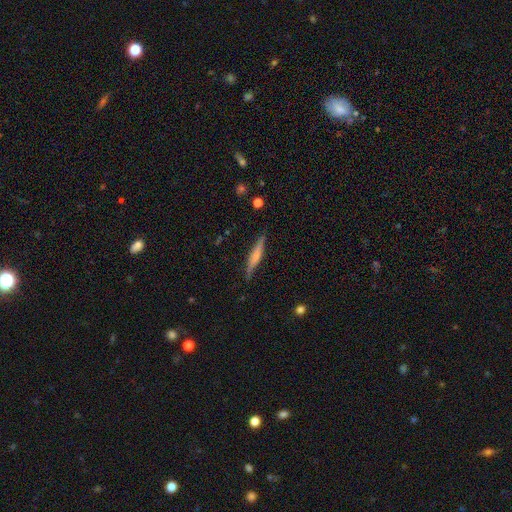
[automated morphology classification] The model was most divided on "smooth or featured": featured or disk: 52%, smooth: 42%, star or artifact: 6%. More confident: edge-on disk — yes (96%); merging — none (84%); edge-on bulge — rounded (55%).